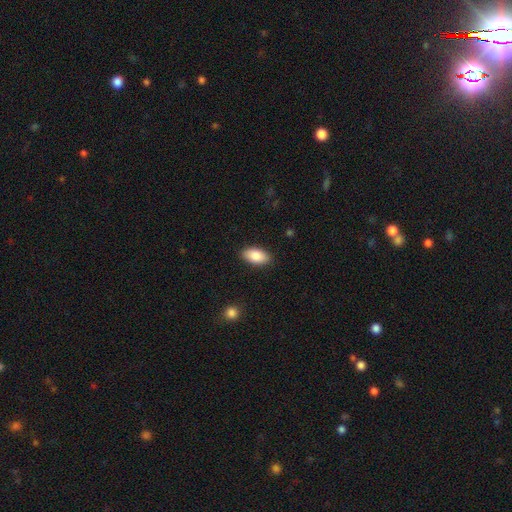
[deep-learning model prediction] Q: Smooth or featured?
A: smooth (86%); runner-up: featured or disk (7%)
Q: How rounded?
A: in between (93%); runner-up: cigar-shaped (4%)
Q: Merging?
A: none (88%); runner-up: minor disturbance (9%)